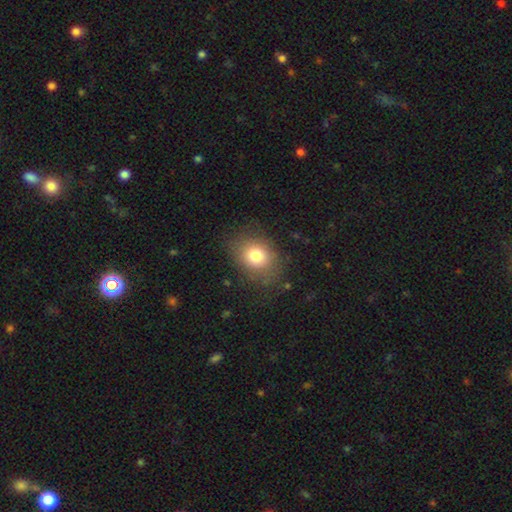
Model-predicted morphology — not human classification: Overall: smooth (78%). How rounded: round (53%; in between 46%). Merging: none (78%).